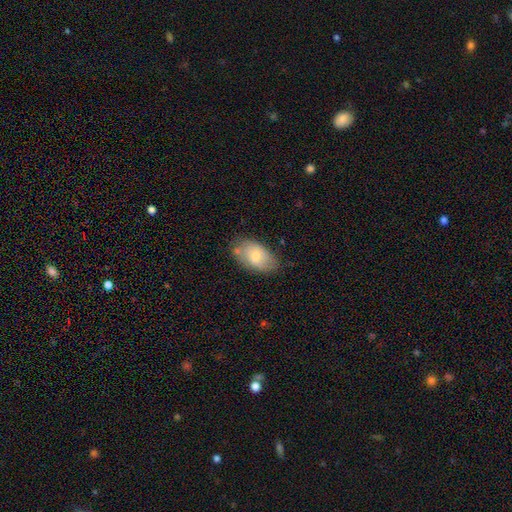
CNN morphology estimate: Smooth or featured? smooth (66%)
How rounded? in between (93%)
Merging? none (65%)